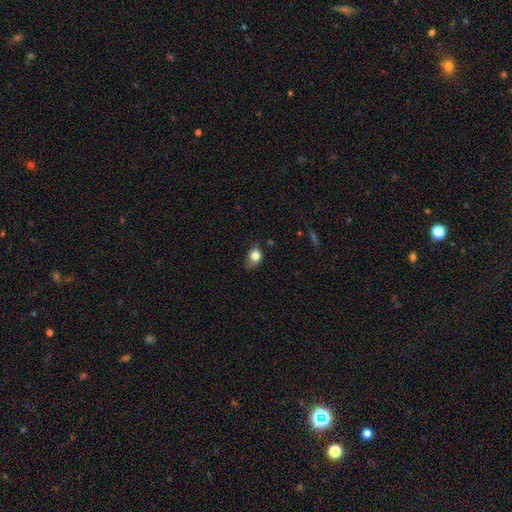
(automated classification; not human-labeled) Q: Smooth or featured?
A: smooth (81%); runner-up: featured or disk (10%)
Q: How rounded?
A: in between (56%); runner-up: round (42%)
Q: Merging?
A: none (47%); runner-up: minor disturbance (38%)